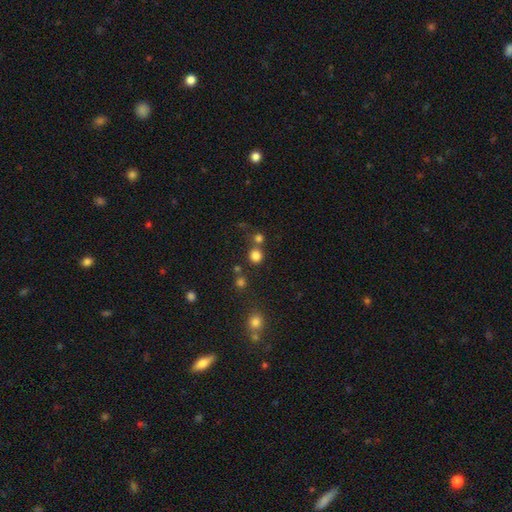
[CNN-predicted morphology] Smooth or featured?
  - smooth: 78% *
  - star or artifact: 16%
  - featured or disk: 5%
How rounded?
  - round: 90% *
  - in between: 9%
  - cigar-shaped: 1%
Merging?
  - none: 70% *
  - merger: 19%
  - minor disturbance: 7%
  - major disturbance: 3%